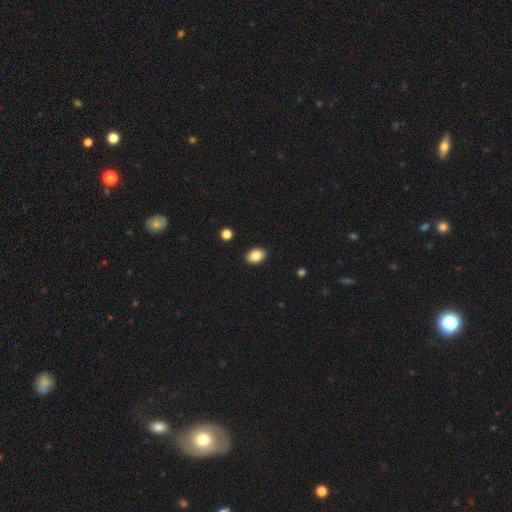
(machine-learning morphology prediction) smooth-or-featured: smooth: 86% | star or artifact: 8% | featured or disk: 6%
  how-rounded: in between: 77% | round: 22% | cigar-shaped: 1%
  merging: none: 90% | minor disturbance: 6% | major disturbance: 2% | merger: 1%